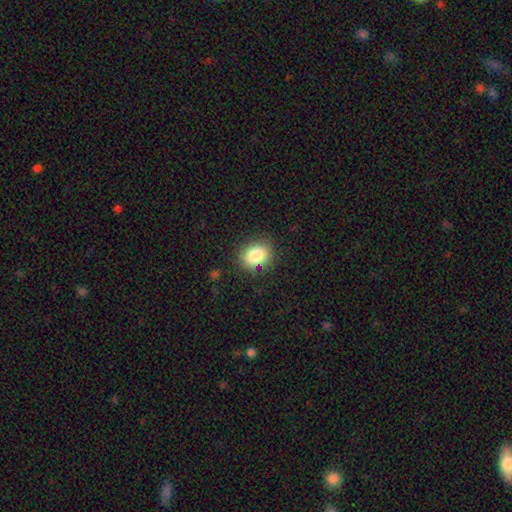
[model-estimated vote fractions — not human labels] smooth_or_featured: smooth (p=0.86) [alt: star or artifact p=0.09]
how_rounded: in between (p=0.60) [alt: round p=0.39]
merging: none (p=0.82) [alt: minor disturbance p=0.13]